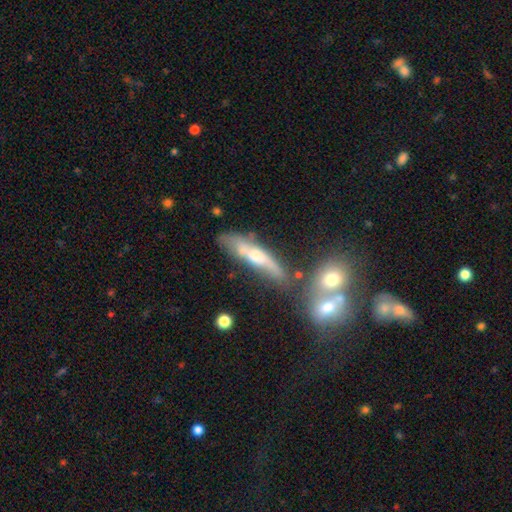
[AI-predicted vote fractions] Smooth or featured? Predicted: featured or disk (p=0.53). Edge-on disk? Predicted: yes (p=0.56). Merging? Predicted: none (p=0.37).